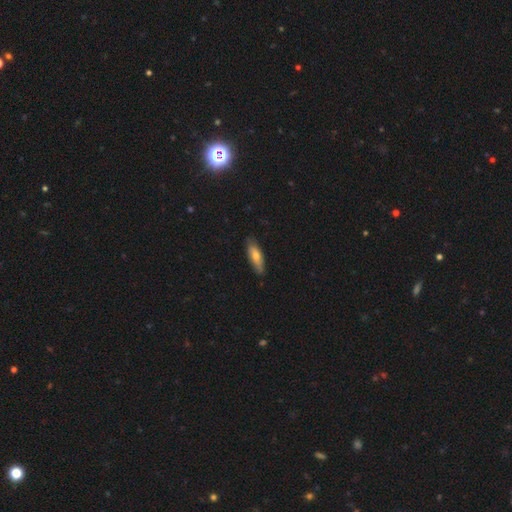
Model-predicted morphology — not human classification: type=smooth (68%); roundness=in between (52%); merging=none (82%).